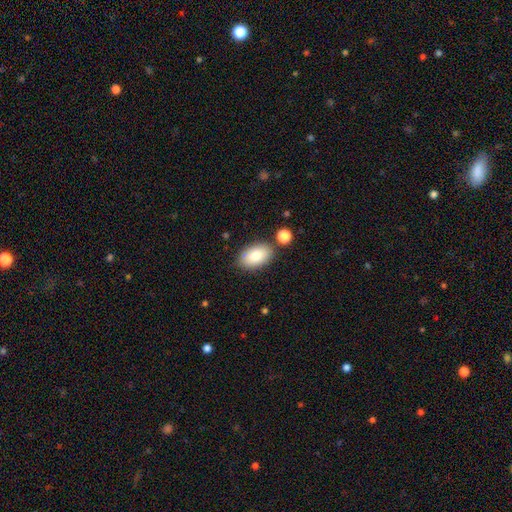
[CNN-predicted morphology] smooth-or-featured: smooth: 85% | featured or disk: 8% | star or artifact: 7%
  how-rounded: in between: 94% | round: 5% | cigar-shaped: 2%
  merging: none: 78% | minor disturbance: 13% | merger: 6% | major disturbance: 3%